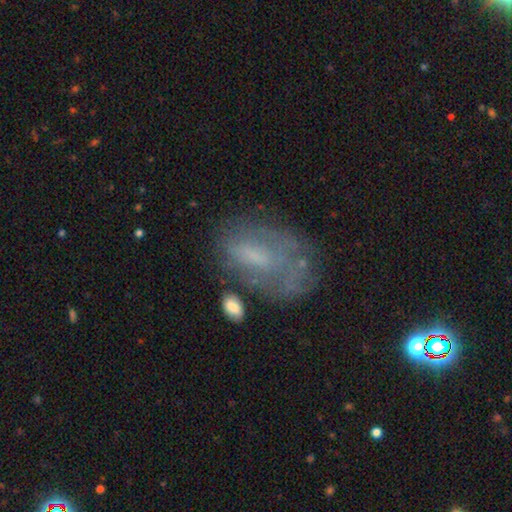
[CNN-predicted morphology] smooth-or-featured: featured or disk: 46% | smooth: 41% | star or artifact: 13%
  merging: none: 44% | minor disturbance: 25% | major disturbance: 25% | merger: 7%